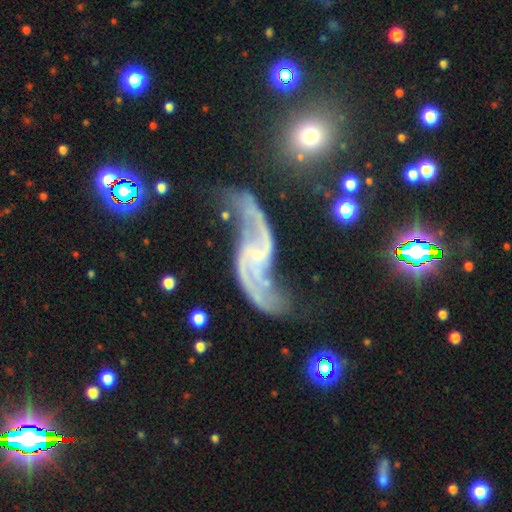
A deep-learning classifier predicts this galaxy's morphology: Smooth or featured?
  - featured or disk: 90% *
  - star or artifact: 6%
  - smooth: 4%
Edge-on disk?
  - no: 95% *
  - yes: 5%
Bar?
  - no: 47% *
  - weak: 36%
  - strong: 17%
Spiral arms?
  - yes: 97% *
  - no: 3%
Spiral winding?
  - loose: 81% *
  - medium: 14%
  - tight: 5%
Spiral arm count?
  - 2: 91% *
  - can't tell: 2%
  - 3: 2%
  - 1: 2%
  - 4: 1%
  - more than 4: 1%
Bulge size?
  - small: 73% *
  - none: 16%
  - moderate: 8%
  - large: 1%
  - dominant: 1%
Merging?
  - none: 49% *
  - minor disturbance: 22%
  - major disturbance: 20%
  - merger: 9%